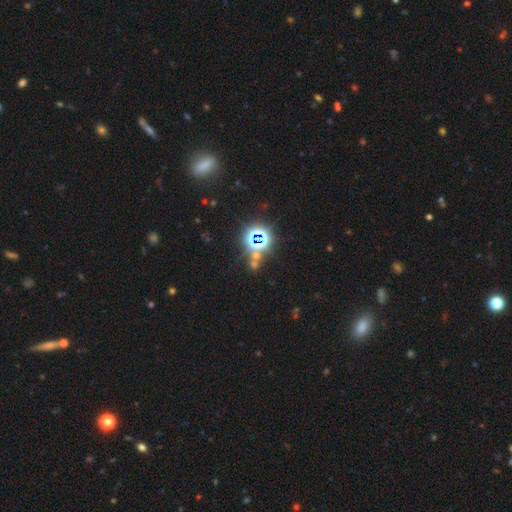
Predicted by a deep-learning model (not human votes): This is likely a star or artifact rather than a galaxy (73%).